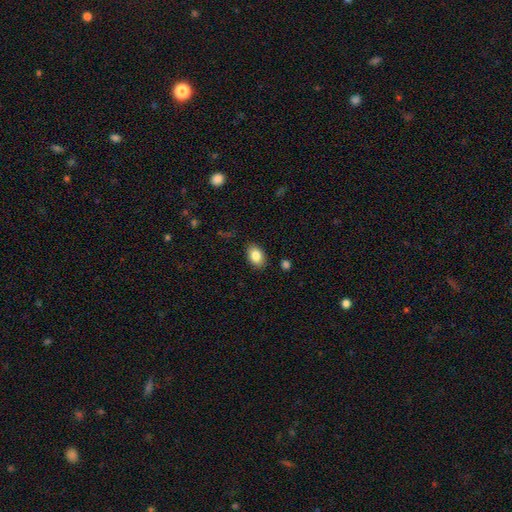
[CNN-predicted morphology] Overall: smooth (85%). How rounded: in between (86%). Merging: none (86%).